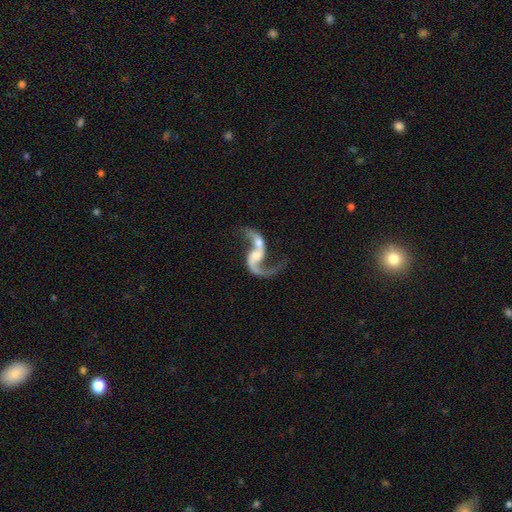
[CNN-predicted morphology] type=featured or disk (87%); edge-on=no (97%); bar=no (47%); spiral arms=yes (92%); winding=loose (83%); arm count=2 (84%); bulge=moderate (39%); merging=merger (43%).